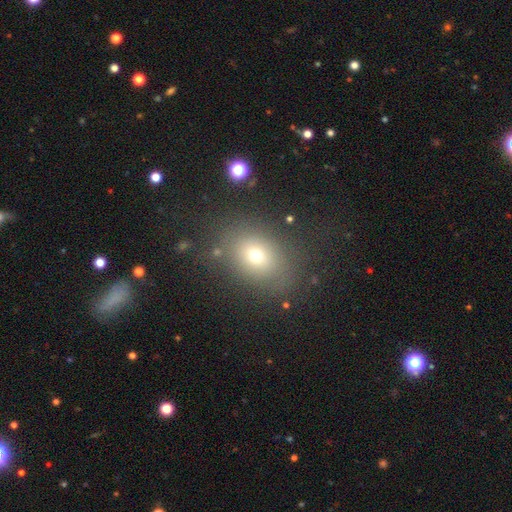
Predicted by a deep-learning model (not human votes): smooth_or_featured: smooth (p=0.68) [alt: star or artifact p=0.18]
how_rounded: in between (p=0.54) [alt: round p=0.45]
merging: none (p=0.78) [alt: minor disturbance p=0.12]